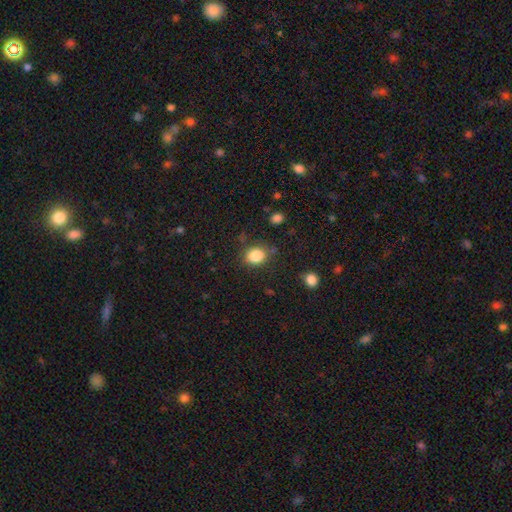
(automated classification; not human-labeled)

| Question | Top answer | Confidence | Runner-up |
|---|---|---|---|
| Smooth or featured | smooth | 85% | star or artifact (10%) |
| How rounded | round | 57% | in between (42%) |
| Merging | none | 78% | minor disturbance (14%) |